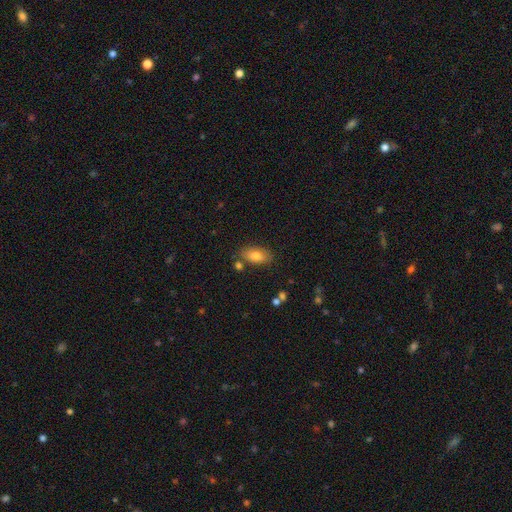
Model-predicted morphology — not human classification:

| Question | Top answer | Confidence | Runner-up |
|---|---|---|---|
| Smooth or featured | smooth | 80% | featured or disk (12%) |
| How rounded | in between | 89% | cigar-shaped (6%) |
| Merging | none | 77% | minor disturbance (13%) |